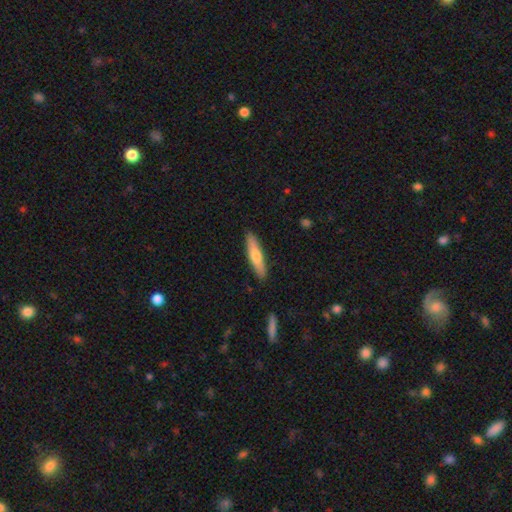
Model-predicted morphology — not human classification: Smooth or featured? Predicted: smooth (p=0.61). How rounded? Predicted: cigar-shaped (p=0.84). Merging? Predicted: none (p=0.90).